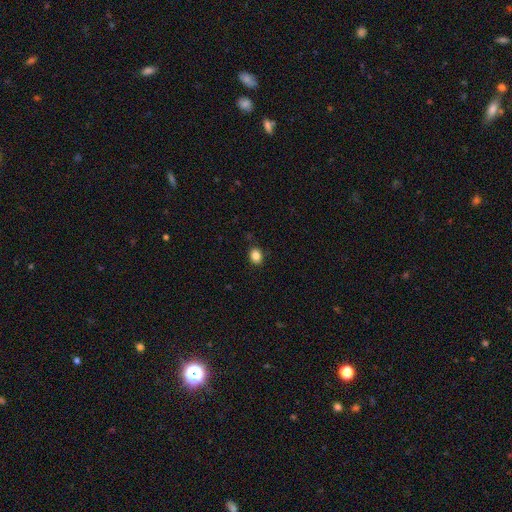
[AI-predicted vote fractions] This is clearly a smooth galaxy (86%). How rounded: possibly in between (50%). Merging: clearly none (87%).